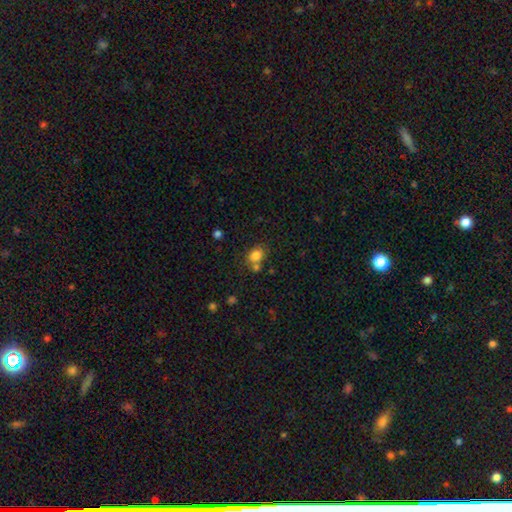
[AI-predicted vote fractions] Smooth or featured? Predicted: smooth (p=0.81). How rounded? Predicted: round (p=0.56). Merging? Predicted: none (p=0.58).